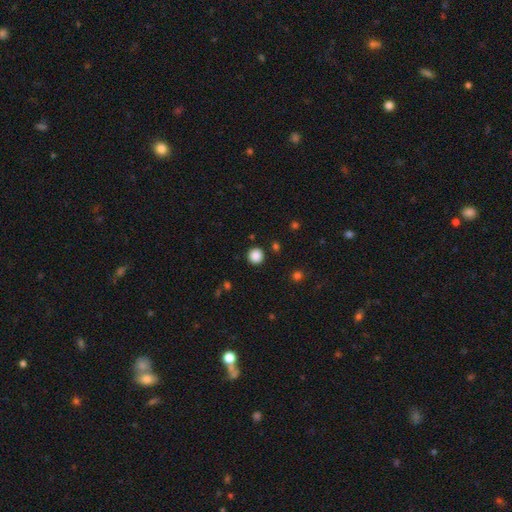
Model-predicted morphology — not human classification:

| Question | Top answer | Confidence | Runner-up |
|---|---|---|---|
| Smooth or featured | smooth | 87% | star or artifact (10%) |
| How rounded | round | 95% | in between (4%) |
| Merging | none | 91% | minor disturbance (5%) |